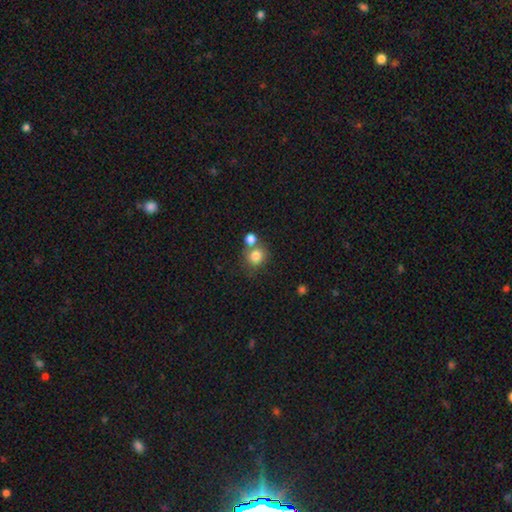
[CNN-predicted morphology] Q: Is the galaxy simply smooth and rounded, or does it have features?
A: smooth — 82%.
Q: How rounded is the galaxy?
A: round — 85%.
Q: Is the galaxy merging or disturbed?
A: none — 55%.